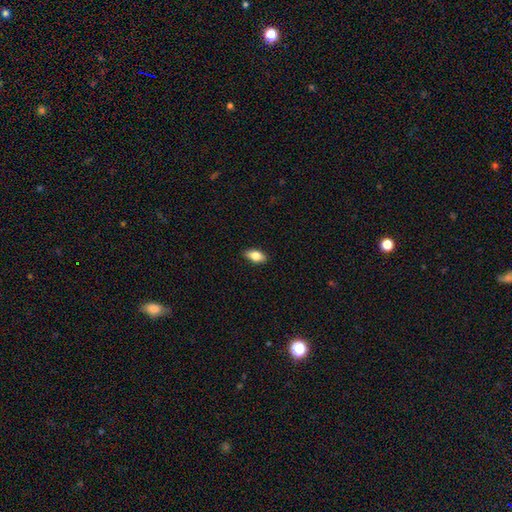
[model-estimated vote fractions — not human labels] This appears to be a smooth galaxy with no disk features (78%) that is in between round and cigar-shaped (89%). Merging: none (89%).